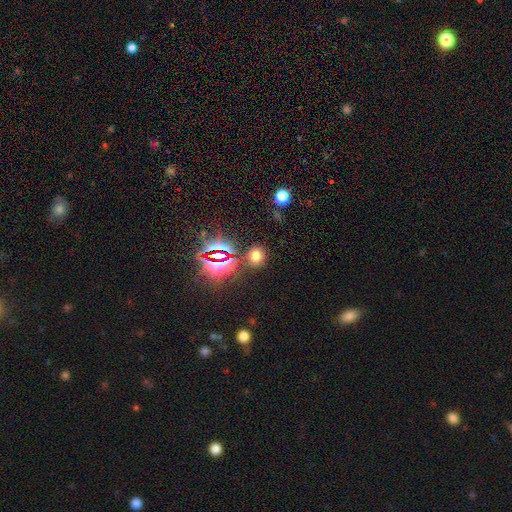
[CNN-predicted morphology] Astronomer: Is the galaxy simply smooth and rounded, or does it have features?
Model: smooth — 63%.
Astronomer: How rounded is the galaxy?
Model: round — 75%.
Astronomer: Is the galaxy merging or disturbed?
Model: none — 84%.